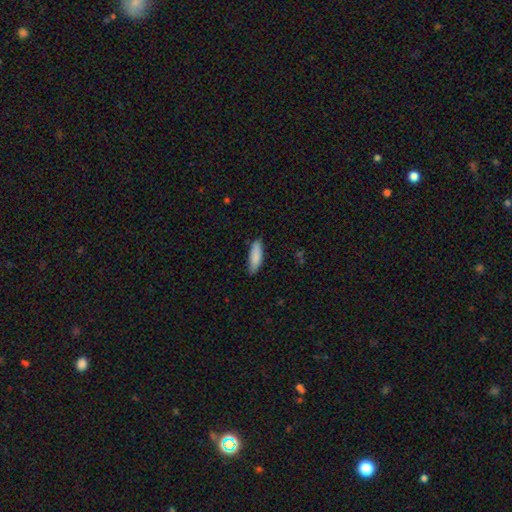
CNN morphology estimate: This appears to be a smooth galaxy with no disk features (86%) that is in between round and cigar-shaped (54%). Merging: none (80%).